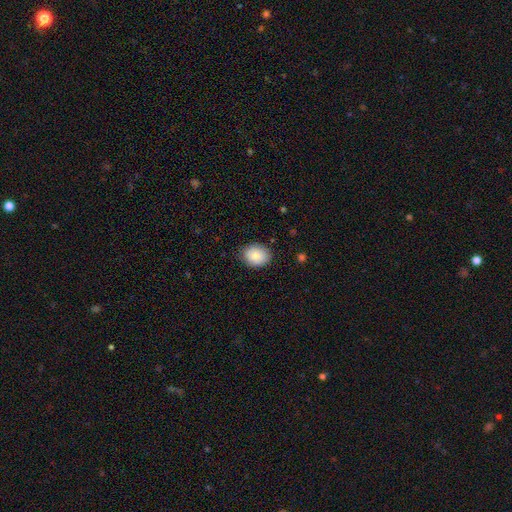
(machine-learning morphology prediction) This appears to be a smooth galaxy with no disk features (85%) that is round (50%). Merging: none (84%).